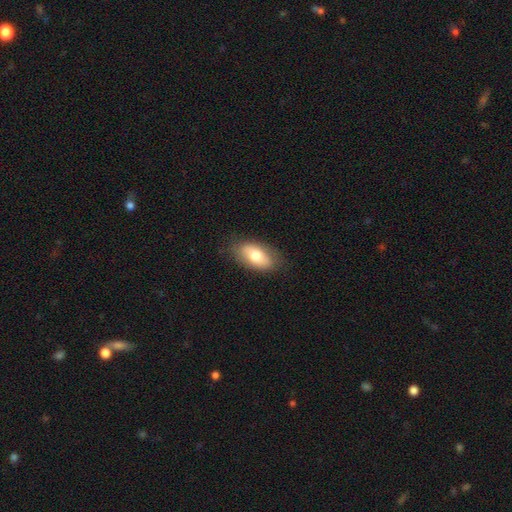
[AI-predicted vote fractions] smooth 73%, featured or disk 21%, star or artifact 6%. Down the decision tree: how rounded — in between (92%); merging — none (81%).